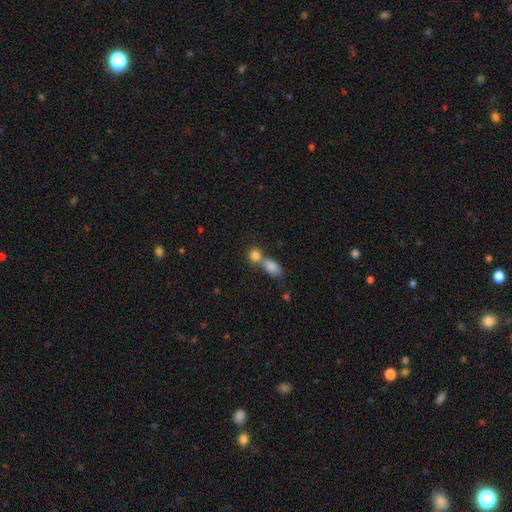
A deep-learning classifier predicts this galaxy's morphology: This is clearly a smooth galaxy (82%). How rounded: likely round (60%). Merging: possibly merger (57%).